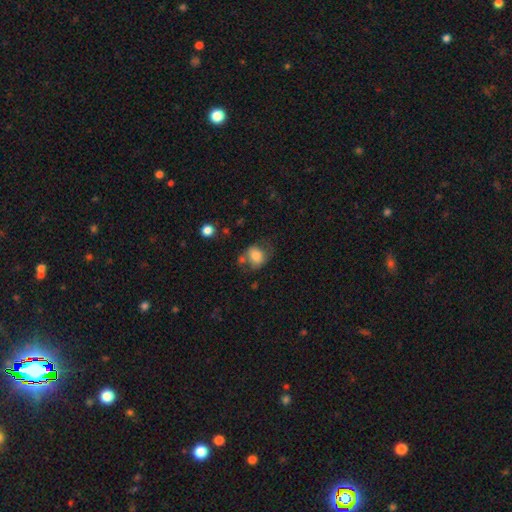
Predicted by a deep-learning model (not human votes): A smooth galaxy with no disk features (75%) that is round (52%). Merging: none (50%).